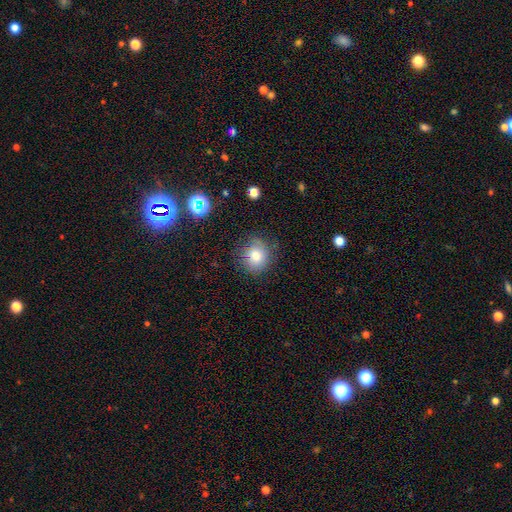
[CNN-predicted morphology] A smooth galaxy with no disk features (77%) that is round (75%).

Vote fractions:
- Smooth or featured? smooth: 77% / star or artifact: 12% / featured or disk: 12%
- How rounded? round: 75% / in between: 24% / cigar-shaped: 1%
- Merging? none: 75% / minor disturbance: 18% / major disturbance: 5% / merger: 2%